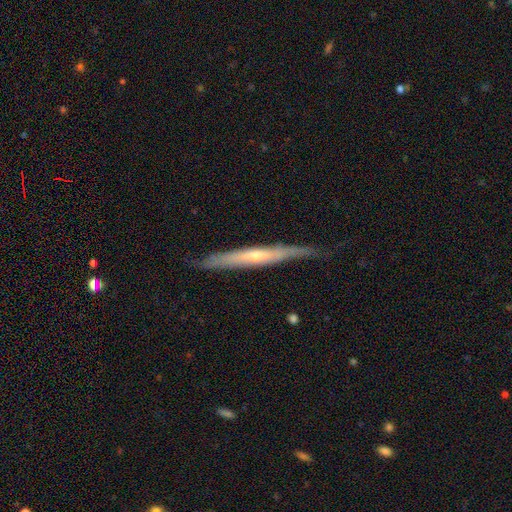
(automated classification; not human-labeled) smooth_or_featured: featured or disk (p=0.65) [alt: smooth p=0.29]
disk_edge_on: yes (p=0.92) [alt: no p=0.08]
edge_on_bulge: none (p=0.48) [alt: rounded p=0.47]
merging: none (p=0.77) [alt: minor disturbance p=0.19]